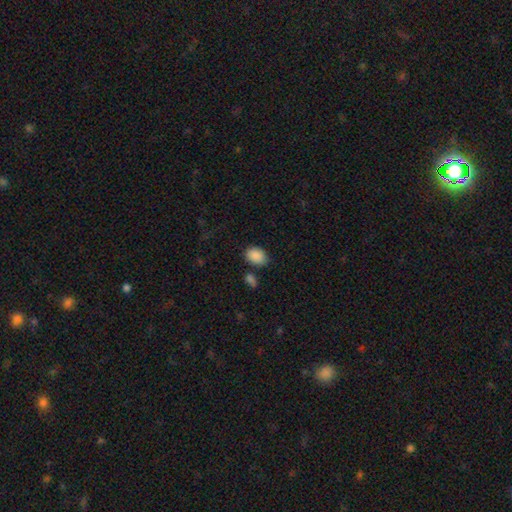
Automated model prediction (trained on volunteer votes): A smooth galaxy with no disk features (89%) that is in between round and cigar-shaped (72%).

Vote fractions:
- Smooth or featured? smooth: 89% / star or artifact: 8% / featured or disk: 4%
- How rounded? in between: 72% / round: 27% / cigar-shaped: 1%
- Merging? none: 76% / minor disturbance: 14% / merger: 7% / major disturbance: 4%